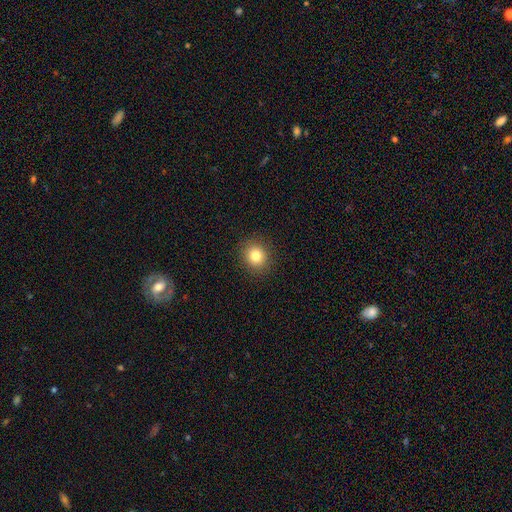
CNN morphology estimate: Smooth or featured?
  - smooth: 81% *
  - star or artifact: 12%
  - featured or disk: 7%
How rounded?
  - round: 85% *
  - in between: 14%
  - cigar-shaped: 1%
Merging?
  - none: 90% *
  - minor disturbance: 6%
  - major disturbance: 2%
  - merger: 1%